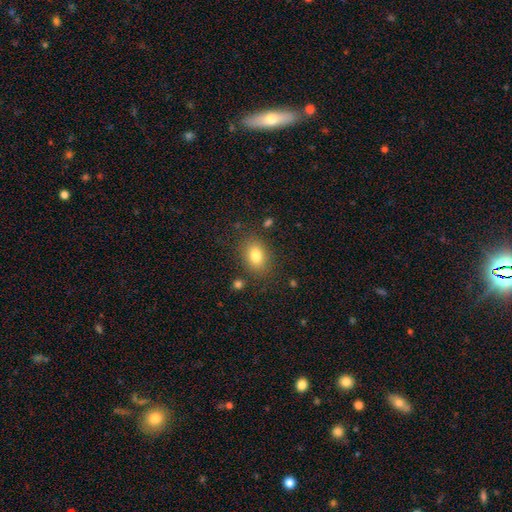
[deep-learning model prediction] Smooth or featured?
  - smooth: 81% *
  - star or artifact: 9%
  - featured or disk: 9%
How rounded?
  - in between: 75% *
  - round: 23%
  - cigar-shaped: 1%
Merging?
  - none: 81% *
  - minor disturbance: 12%
  - major disturbance: 4%
  - merger: 3%